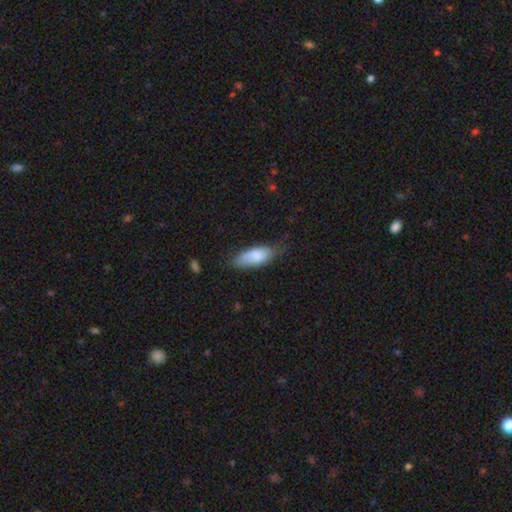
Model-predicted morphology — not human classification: Smooth or featured: smooth — 79% (featured or disk — 14%)
How rounded: in between — 77% (cigar-shaped — 21%)
Merging: none — 57% (minor disturbance — 32%)